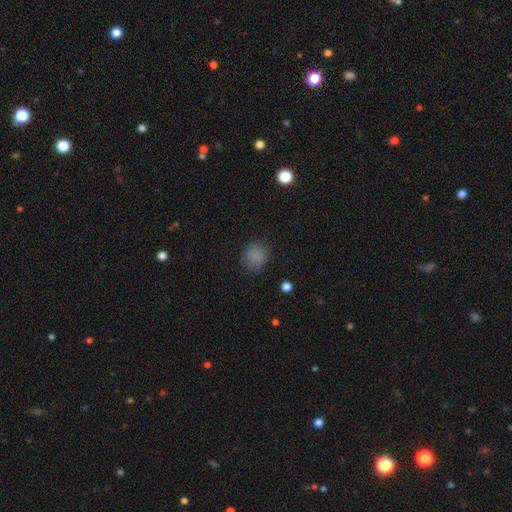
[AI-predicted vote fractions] This appears to be a smooth galaxy with no disk features (83%) that is round (82%). Merging: none (82%).